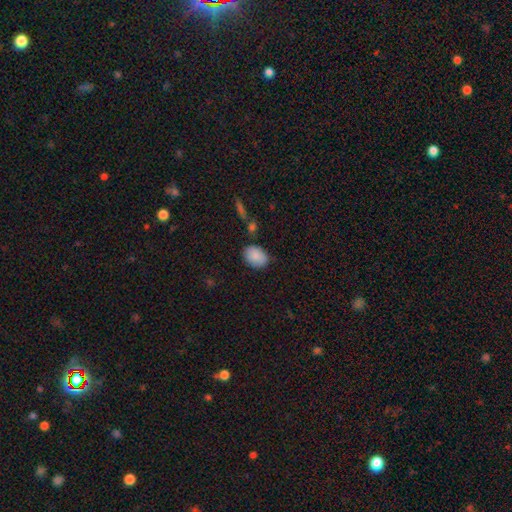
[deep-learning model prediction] smooth 88%, star or artifact 7%, featured or disk 5%. Down the decision tree: how rounded — in between (77%); merging — none (77%).